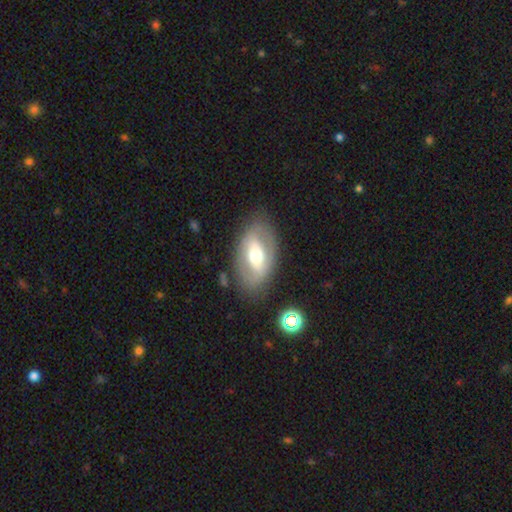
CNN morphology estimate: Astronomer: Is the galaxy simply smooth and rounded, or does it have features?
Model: featured or disk — 55% (runner-up: smooth, 38%).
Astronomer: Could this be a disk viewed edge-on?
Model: no — 90%.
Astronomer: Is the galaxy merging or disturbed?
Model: none — 78%.